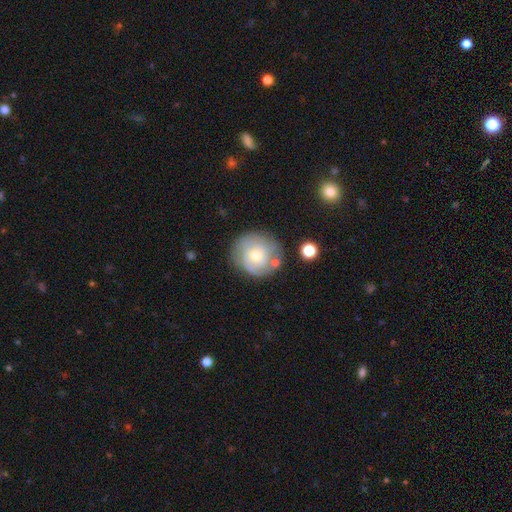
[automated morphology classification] Smooth or featured?
  - featured or disk: 49% *
  - smooth: 43%
  - star or artifact: 8%
Merging?
  - none: 69% *
  - minor disturbance: 17%
  - merger: 8%
  - major disturbance: 6%